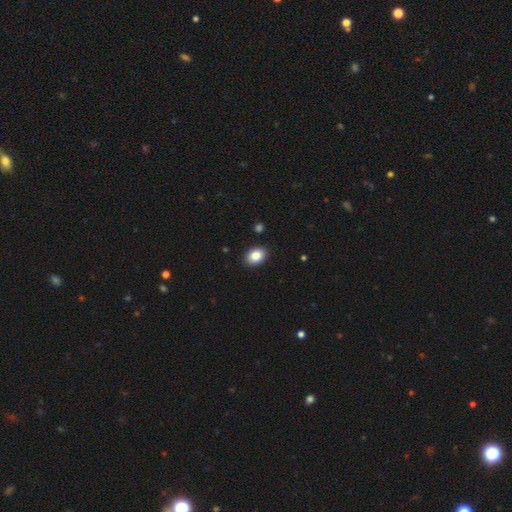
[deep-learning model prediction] smooth_or_featured: smooth (p=0.85) [alt: star or artifact p=0.08]
how_rounded: in between (p=0.72) [alt: round p=0.27]
merging: none (p=0.90) [alt: minor disturbance p=0.07]